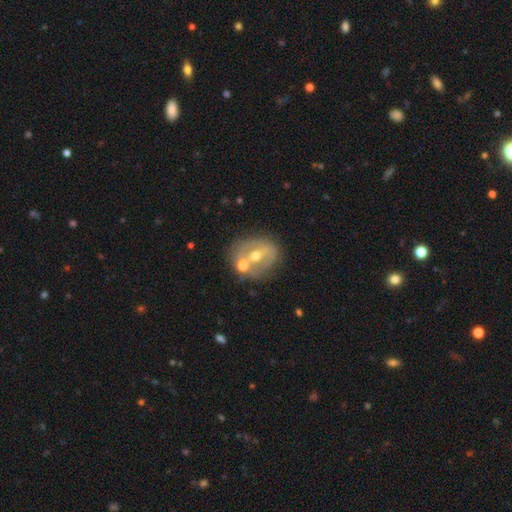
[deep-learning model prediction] The model was most divided on "bar": strong: 38%, weak: 34%, no: 28%. More confident: edge-on disk — no (93%); spiral arms — no (69%); smooth or featured — featured or disk (67%); bulge size — moderate (67%); merging — none (63%).